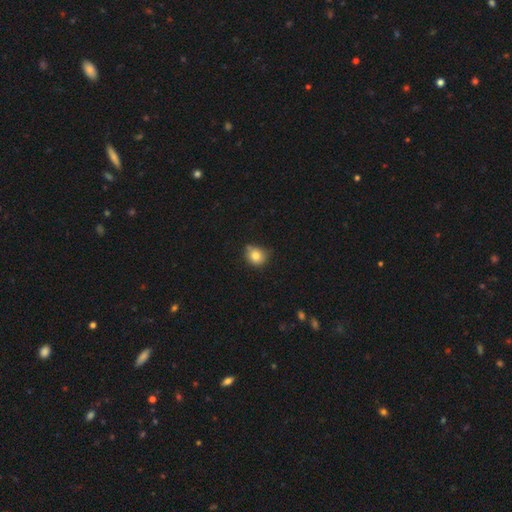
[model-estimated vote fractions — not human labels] A smooth galaxy with no disk features (81%) that is round (73%). Merging: none (64%).